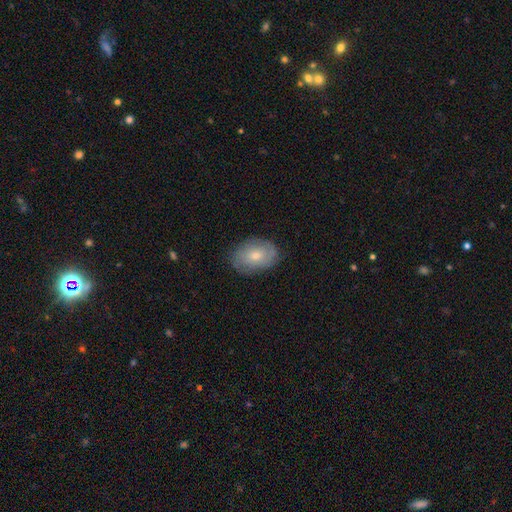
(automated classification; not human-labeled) smooth 57%, featured or disk 36%, star or artifact 7%. Down the decision tree: how rounded — in between (83%); merging — none (79%).